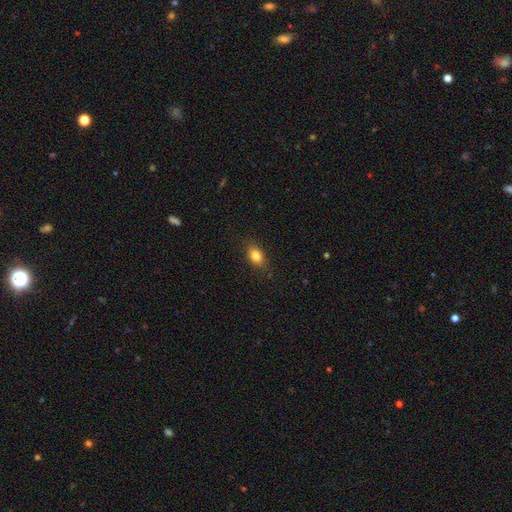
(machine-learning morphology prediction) Smooth or featured?
  - smooth: 82% *
  - star or artifact: 9%
  - featured or disk: 8%
How rounded?
  - in between: 79% *
  - round: 17%
  - cigar-shaped: 3%
Merging?
  - none: 85% *
  - minor disturbance: 12%
  - major disturbance: 3%
  - merger: 1%